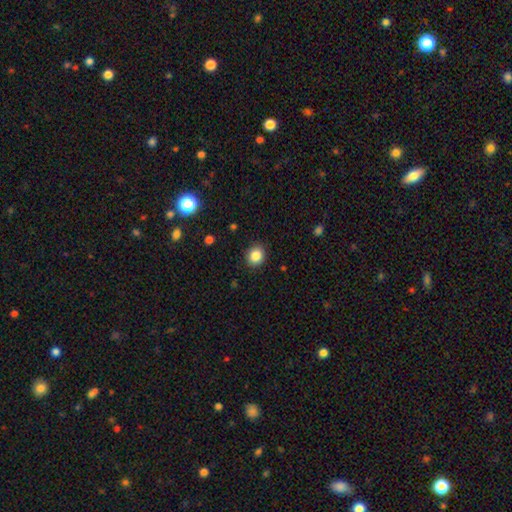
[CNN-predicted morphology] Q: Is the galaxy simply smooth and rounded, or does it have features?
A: smooth — 85%.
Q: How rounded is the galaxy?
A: round — 76%.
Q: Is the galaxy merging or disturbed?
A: none — 90%.